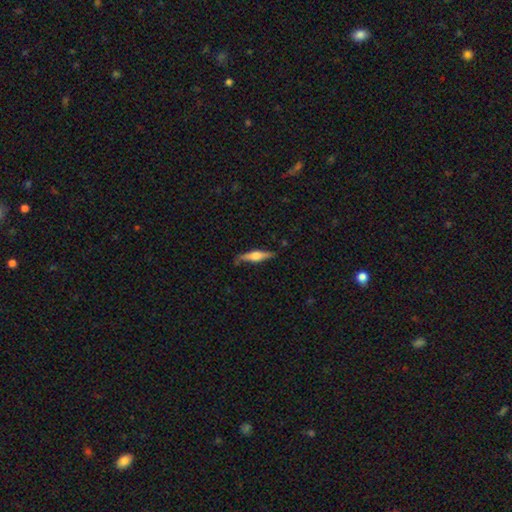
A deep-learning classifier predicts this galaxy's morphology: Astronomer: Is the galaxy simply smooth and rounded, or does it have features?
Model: featured or disk — 57% (runner-up: smooth, 37%).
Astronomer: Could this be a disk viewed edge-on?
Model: yes — 95%.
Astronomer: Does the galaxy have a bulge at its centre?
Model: rounded — 79%.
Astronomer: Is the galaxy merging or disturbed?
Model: none — 78%.